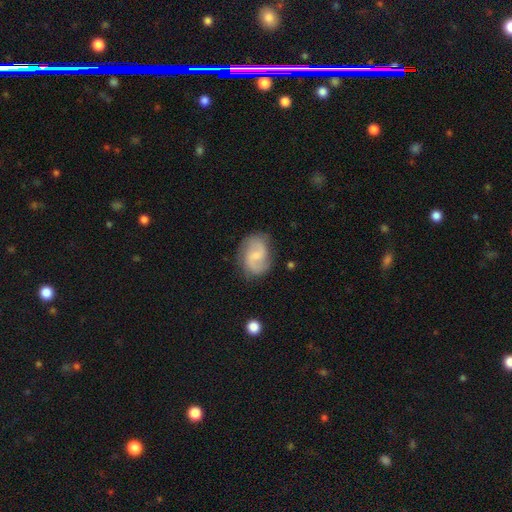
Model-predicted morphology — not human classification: type=featured or disk (77%); edge-on=no (98%); bar=weak (51%); spiral arms=yes (96%); winding=medium (49%); arm count=2 (90%); bulge=small (52%); merging=none (78%).